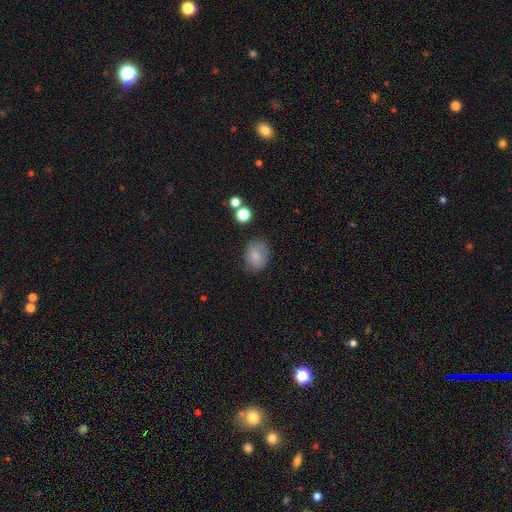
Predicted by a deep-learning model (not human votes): Smooth or featured? Predicted: smooth (p=0.67). How rounded? Predicted: in between (p=0.51). Merging? Predicted: none (p=0.72).